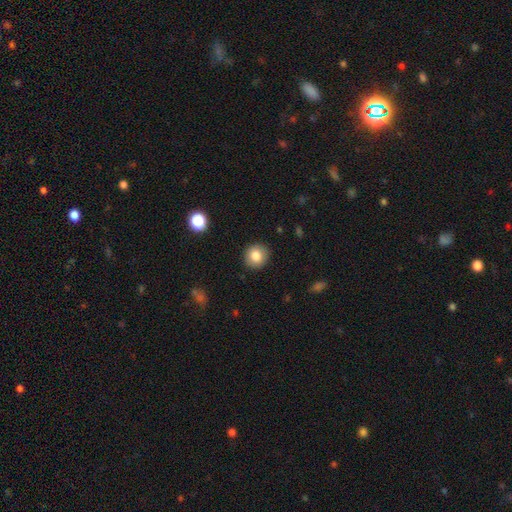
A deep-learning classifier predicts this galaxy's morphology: A smooth galaxy with no disk features (83%) that is round (88%).

Vote fractions:
- Smooth or featured? smooth: 83% / star or artifact: 9% / featured or disk: 7%
- How rounded? round: 88% / in between: 11% / cigar-shaped: 1%
- Merging? none: 90% / minor disturbance: 7% / major disturbance: 2% / merger: 1%